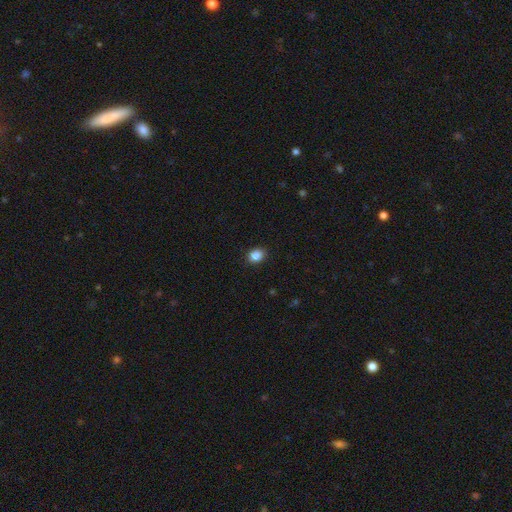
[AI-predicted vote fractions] Smooth or featured? smooth (87%)
How rounded? in between (54%)
Merging? none (89%)